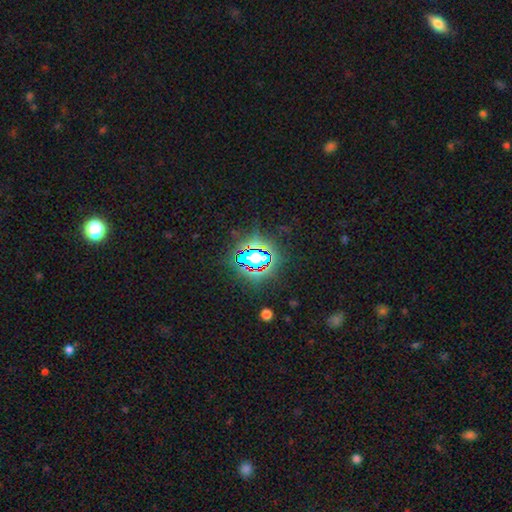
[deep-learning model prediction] Q: Smooth or featured?
A: star or artifact (81%); runner-up: smooth (12%)